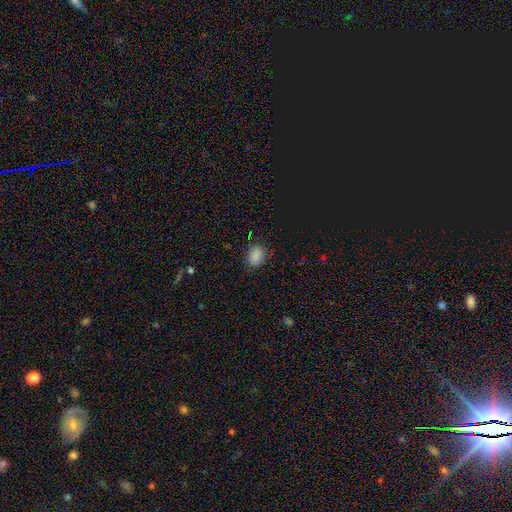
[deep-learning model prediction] Smooth or featured?
  - smooth: 85% *
  - star or artifact: 11%
  - featured or disk: 4%
How rounded?
  - in between: 71% *
  - round: 27%
  - cigar-shaped: 2%
Merging?
  - none: 81% *
  - minor disturbance: 14%
  - major disturbance: 4%
  - merger: 1%